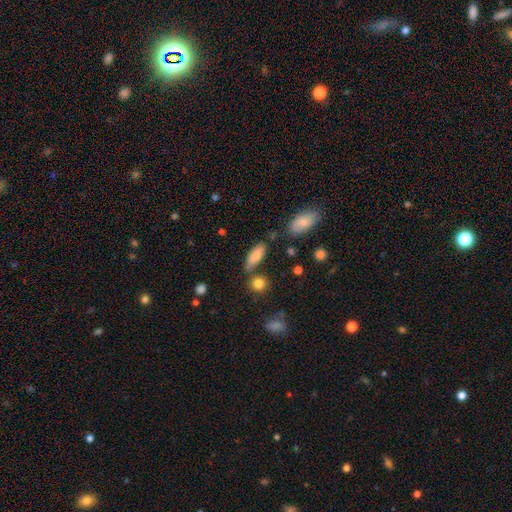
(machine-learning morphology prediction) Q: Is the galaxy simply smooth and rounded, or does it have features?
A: smooth — 77%.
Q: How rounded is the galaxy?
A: in between — 74%.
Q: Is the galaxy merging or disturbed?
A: none — 66%.